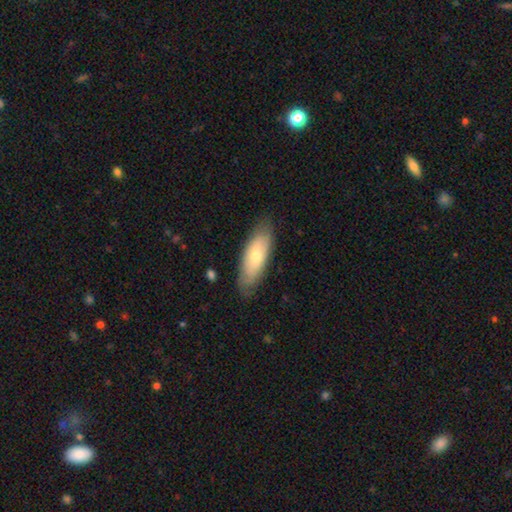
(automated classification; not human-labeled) This appears to be a smooth galaxy with no disk features (64%) that is in between round and cigar-shaped (66%). Merging: none (81%).